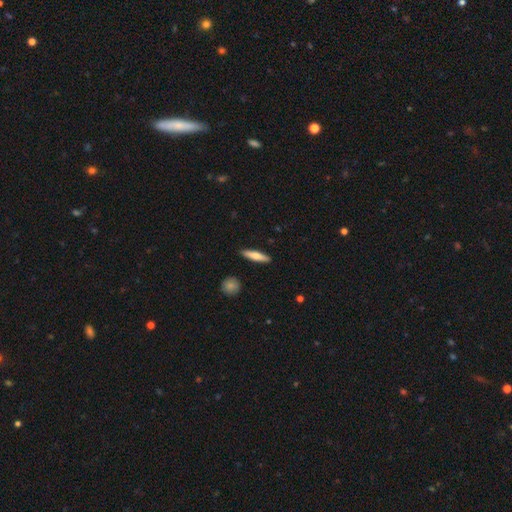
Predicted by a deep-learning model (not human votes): This is likely a smooth galaxy (66%). How rounded: clearly cigar-shaped (81%). Merging: clearly none (91%).